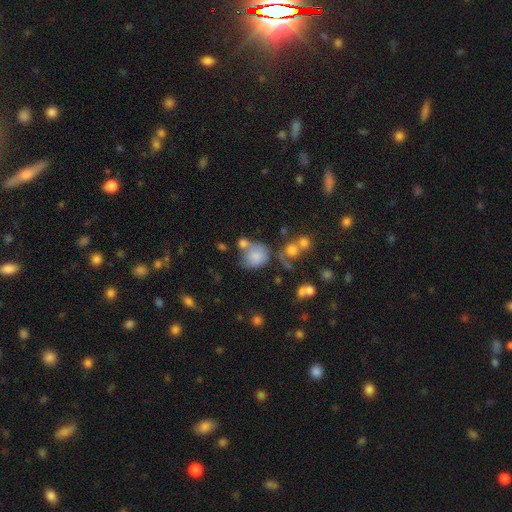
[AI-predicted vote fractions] smooth_or_featured: smooth (p=0.73) [alt: featured or disk p=0.16]
how_rounded: round (p=0.64) [alt: in between p=0.35]
merging: none (p=0.37) [alt: merger p=0.25]